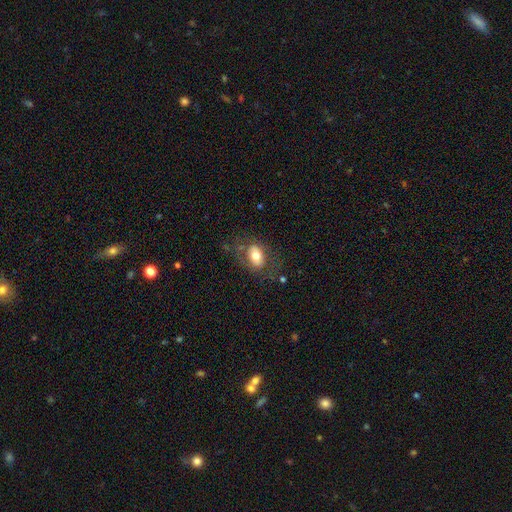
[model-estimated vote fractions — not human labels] Smooth or featured?
  - smooth: 64% *
  - featured or disk: 28%
  - star or artifact: 8%
How rounded?
  - in between: 80% *
  - round: 19%
  - cigar-shaped: 1%
Merging?
  - none: 64% *
  - minor disturbance: 19%
  - major disturbance: 14%
  - merger: 3%